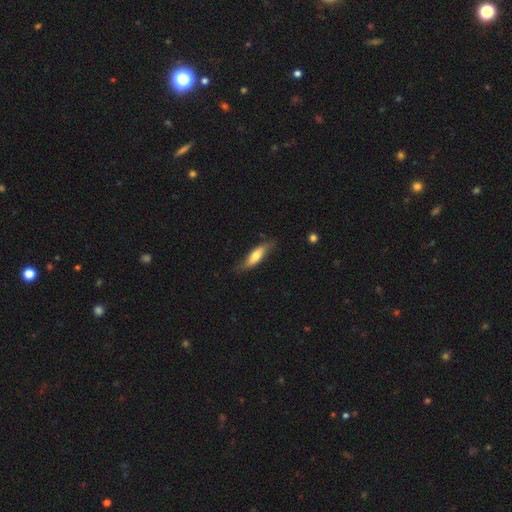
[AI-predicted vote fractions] Smooth or featured: smooth — 62% (featured or disk — 32%)
How rounded: cigar-shaped — 57% (in between — 41%)
Merging: none — 72% (minor disturbance — 22%)